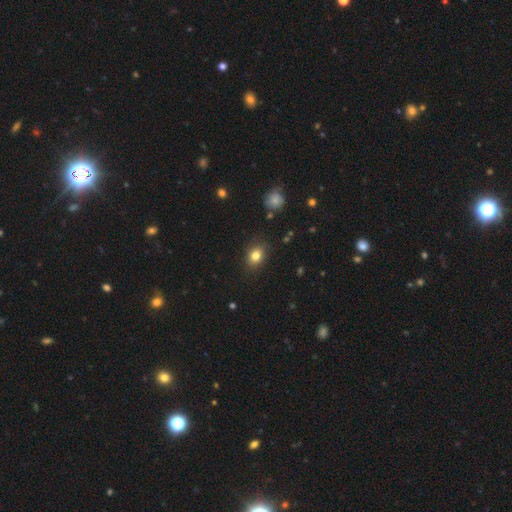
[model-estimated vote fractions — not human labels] Q: Smooth or featured?
A: smooth (81%); runner-up: star or artifact (11%)
Q: How rounded?
A: in between (58%); runner-up: round (41%)
Q: Merging?
A: none (84%); runner-up: minor disturbance (11%)